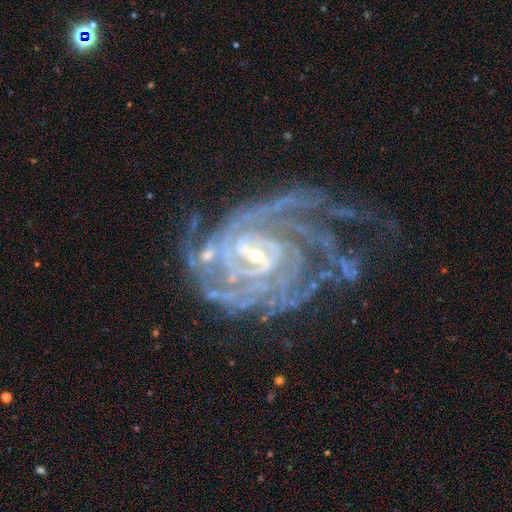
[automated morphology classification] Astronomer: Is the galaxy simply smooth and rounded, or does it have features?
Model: featured or disk — 91%.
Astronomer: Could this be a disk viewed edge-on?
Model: no — 97%.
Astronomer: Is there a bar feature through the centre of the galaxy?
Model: weak — 45% (runner-up: strong, 30%).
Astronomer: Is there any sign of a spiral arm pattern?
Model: yes — 98%.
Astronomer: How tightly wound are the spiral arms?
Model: tight — 74%.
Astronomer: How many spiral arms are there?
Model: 4 — 24% (runner-up: can't tell, 20%).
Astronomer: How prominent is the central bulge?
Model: small — 72%.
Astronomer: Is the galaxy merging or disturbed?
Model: none — 52%.